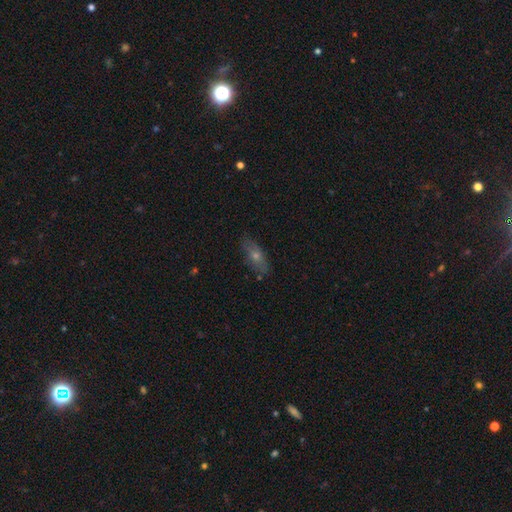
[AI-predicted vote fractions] Q: Smooth or featured?
A: smooth (46%); runner-up: featured or disk (40%)
Q: Merging?
A: none (82%); runner-up: minor disturbance (14%)